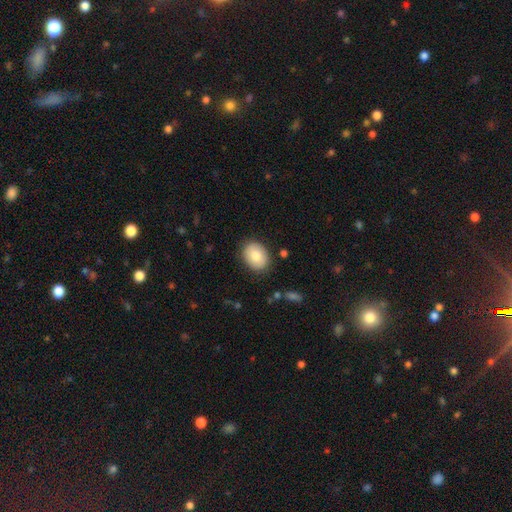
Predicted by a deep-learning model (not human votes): Smooth or featured?
  - smooth: 79% *
  - featured or disk: 14%
  - star or artifact: 7%
How rounded?
  - in between: 64% *
  - round: 36%
  - cigar-shaped: 1%
Merging?
  - none: 86% *
  - minor disturbance: 10%
  - major disturbance: 3%
  - merger: 1%